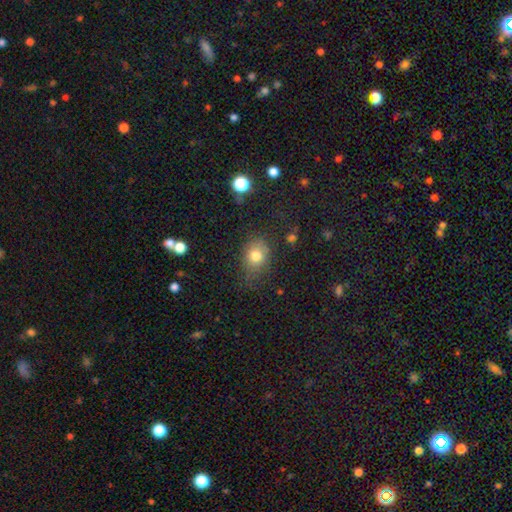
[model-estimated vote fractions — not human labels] smooth_or_featured: smooth (p=0.76) [alt: star or artifact p=0.13]
how_rounded: round (p=0.50) [alt: in between p=0.49]
merging: none (p=0.65) [alt: minor disturbance p=0.23]